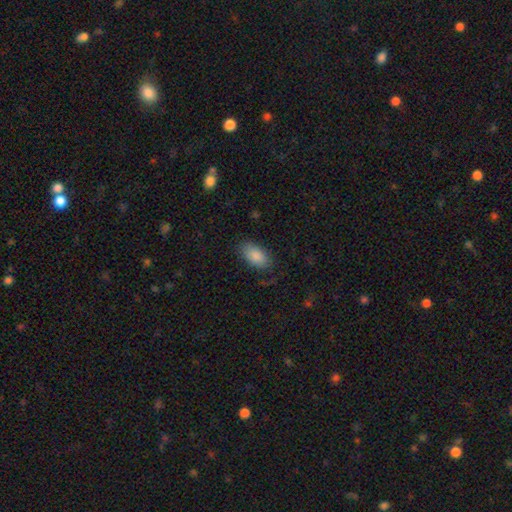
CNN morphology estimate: This is clearly a smooth galaxy (87%). How rounded: clearly in between (94%). Merging: clearly none (80%).